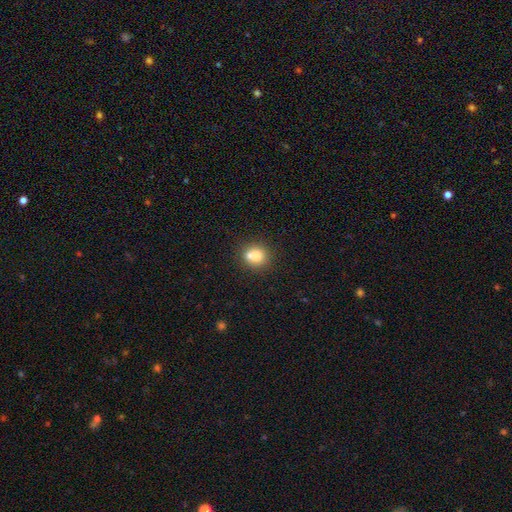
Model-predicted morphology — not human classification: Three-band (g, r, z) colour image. It shows a smooth galaxy with no disk features (73%) that is round (82%). Merging: none (49%).